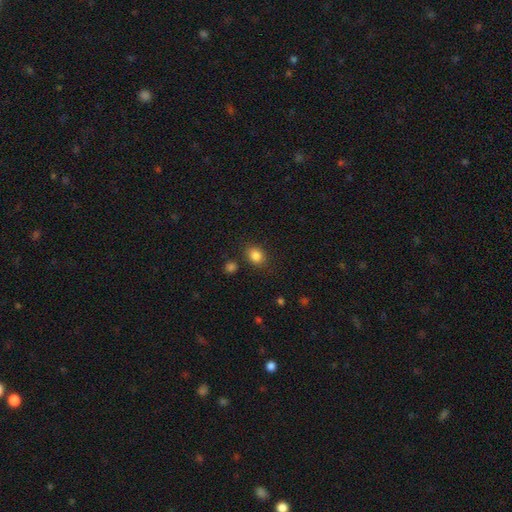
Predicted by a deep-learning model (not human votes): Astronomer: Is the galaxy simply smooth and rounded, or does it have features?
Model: smooth — 84%.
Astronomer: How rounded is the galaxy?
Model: round — 51% (runner-up: in between, 48%).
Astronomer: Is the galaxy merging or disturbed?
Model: none — 81%.